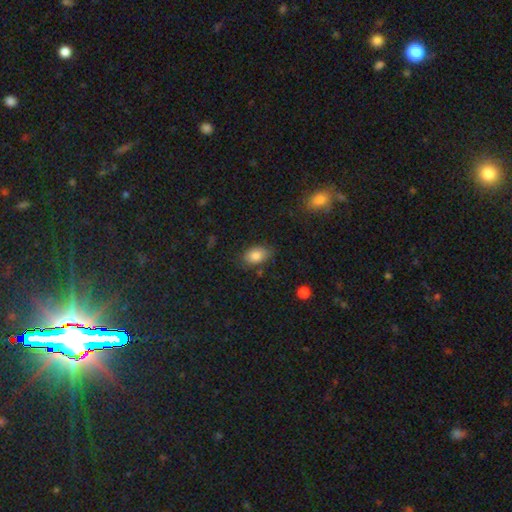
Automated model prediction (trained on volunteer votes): smooth_or_featured: smooth (p=0.82) [alt: featured or disk p=0.10]
how_rounded: in between (p=0.88) [alt: round p=0.10]
merging: none (p=0.74) [alt: minor disturbance p=0.20]